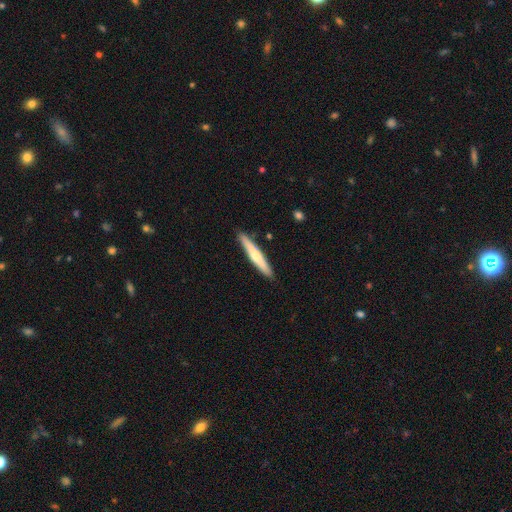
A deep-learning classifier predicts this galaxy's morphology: Overall: smooth (54%; featured or disk 41%). How rounded: cigar-shaped (93%). Merging: none (89%).